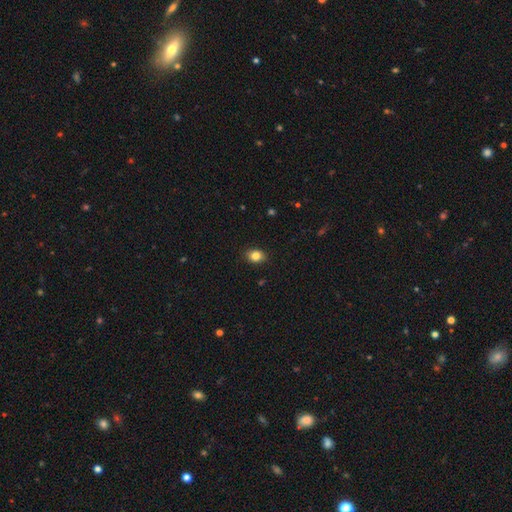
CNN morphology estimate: smooth-or-featured: smooth: 83% | star or artifact: 10% | featured or disk: 7%
  how-rounded: in between: 61% | round: 38% | cigar-shaped: 1%
  merging: none: 88% | minor disturbance: 9% | major disturbance: 2% | merger: 1%